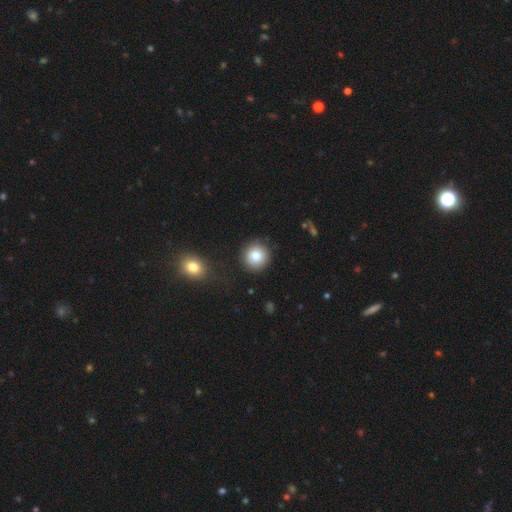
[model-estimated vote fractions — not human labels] smooth-or-featured: smooth: 82% | star or artifact: 10% | featured or disk: 8%
  how-rounded: round: 93% | in between: 6% | cigar-shaped: 1%
  merging: none: 88% | minor disturbance: 7% | merger: 3% | major disturbance: 2%